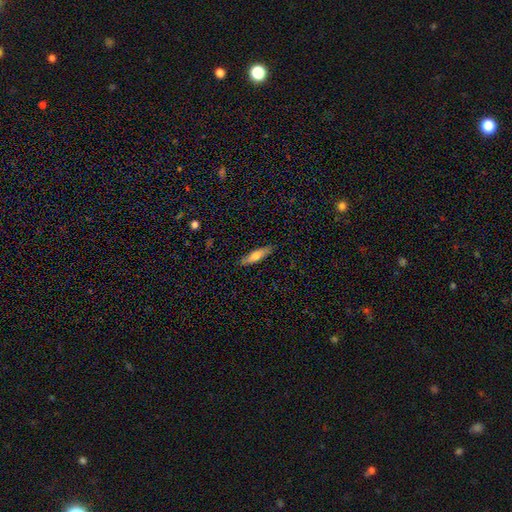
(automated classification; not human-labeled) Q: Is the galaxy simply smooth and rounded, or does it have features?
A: smooth — 64%.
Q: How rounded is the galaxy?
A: cigar-shaped — 67%.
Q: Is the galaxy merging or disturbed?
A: none — 87%.